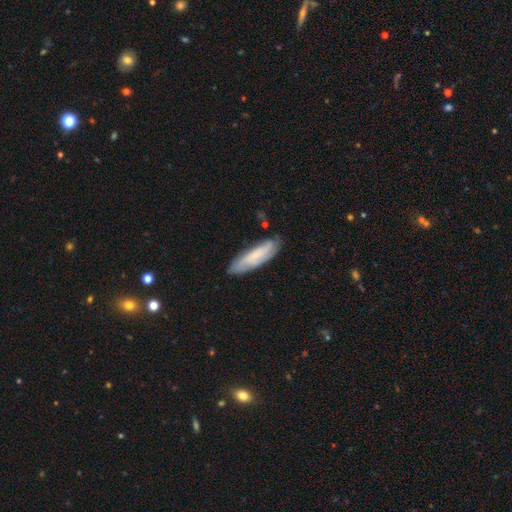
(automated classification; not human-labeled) Smooth or featured? smooth (51%)
How rounded? cigar-shaped (60%)
Merging? none (77%)